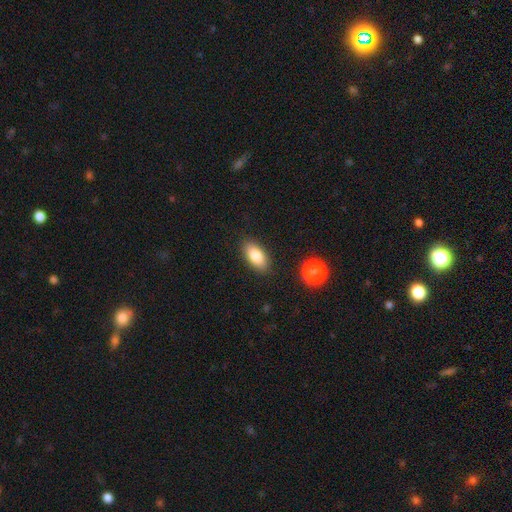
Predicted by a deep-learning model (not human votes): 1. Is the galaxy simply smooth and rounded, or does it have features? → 84% smooth, 9% featured or disk, 7% star or artifact.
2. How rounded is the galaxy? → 90% in between, 6% cigar-shaped, 4% round.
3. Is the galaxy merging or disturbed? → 87% none, 9% minor disturbance, 2% major disturbance, 2% merger.